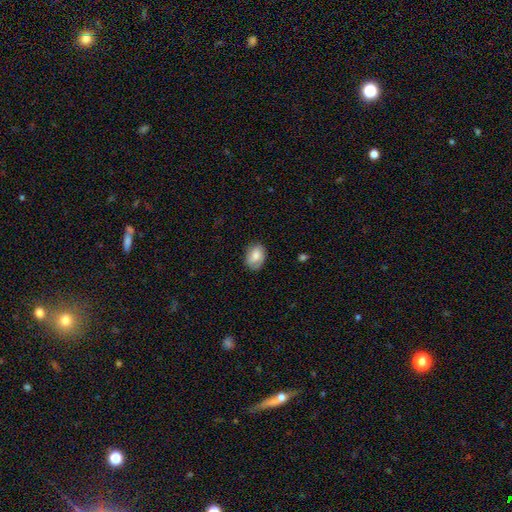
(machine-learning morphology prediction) smooth 74%, featured or disk 19%, star or artifact 7%. Down the decision tree: how rounded — in between (78%); merging — none (77%).